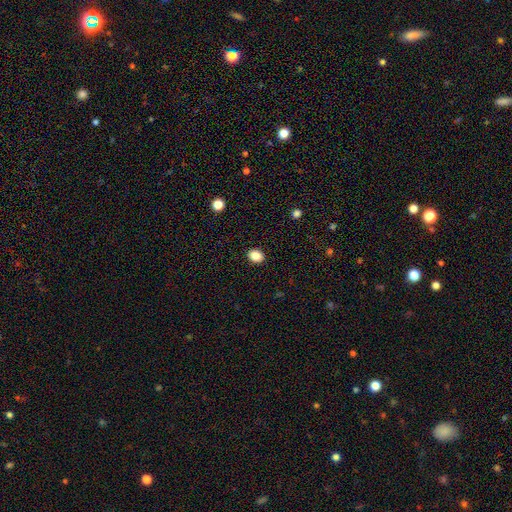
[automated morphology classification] A smooth galaxy with no disk features (86%) that is in between round and cigar-shaped (52%). Merging: none (91%).